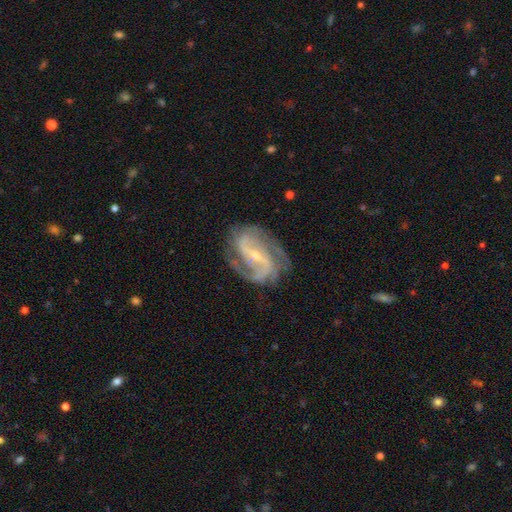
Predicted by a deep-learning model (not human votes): smooth-or-featured: featured or disk: 90% | star or artifact: 5% | smooth: 5%
  disk-edge-on: no: 97% | yes: 3%
    bar: strong: 50% | weak: 34% | no: 17%
    has-spiral-arms: yes: 97% | no: 3%
      spiral-winding: medium: 50% | tight: 30% | loose: 20%
      spiral-arm-count: 2: 69% | 3: 14% | can't tell: 8% | 4: 3% | 1: 3% | more than 4: 3%
    bulge-size: small: 71% | moderate: 26% | none: 1% | large: 1% | dominant: 1%
  merging: none: 73% | minor disturbance: 17% | major disturbance: 8% | merger: 1%